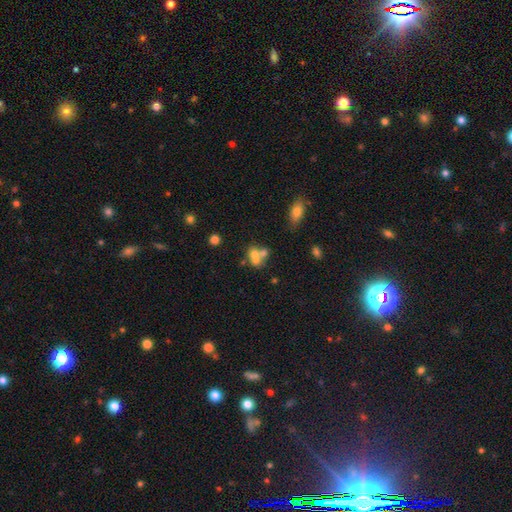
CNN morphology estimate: Smooth or featured: smooth — 58% (featured or disk — 28%)
How rounded: in between — 49% (round — 48%)
Merging: merger — 60% (none — 26%)